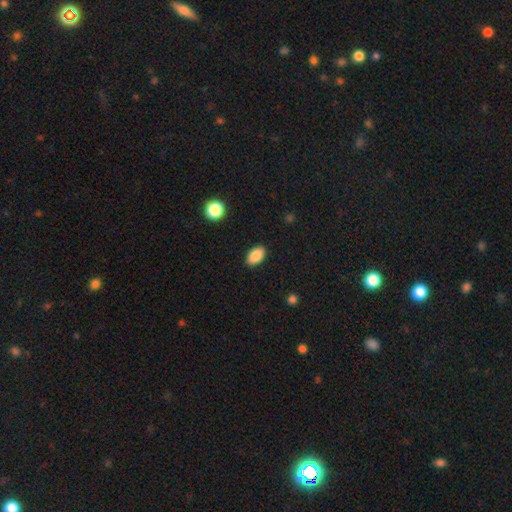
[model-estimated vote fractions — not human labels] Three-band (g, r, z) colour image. It shows a smooth galaxy with no disk features (86%) that is in between round and cigar-shaped (91%). Merging: none (89%).